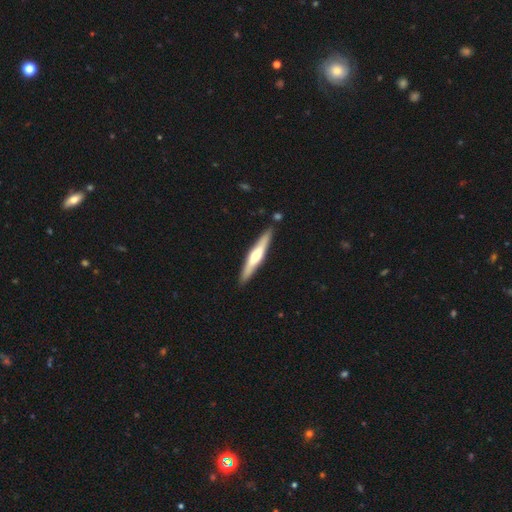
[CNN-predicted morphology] Smooth or featured?
  - featured or disk: 57% *
  - smooth: 39%
  - star or artifact: 5%
Edge-on disk?
  - yes: 96% *
  - no: 4%
Edge-on bulge?
  - rounded: 76% *
  - boxy: 12%
  - none: 11%
Merging?
  - none: 88% *
  - minor disturbance: 8%
  - merger: 2%
  - major disturbance: 2%